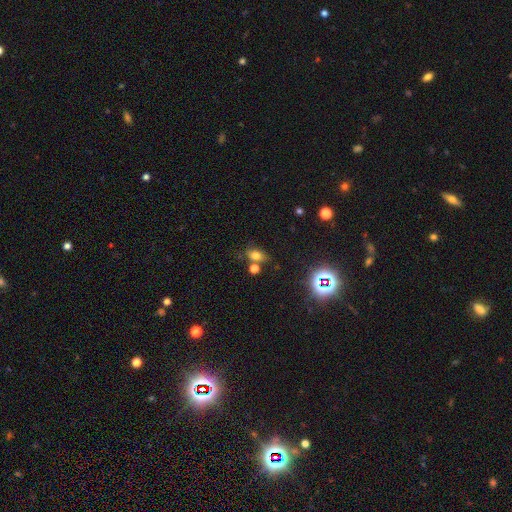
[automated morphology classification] type=smooth (65%); roundness=in between (75%); merging=none (60%).